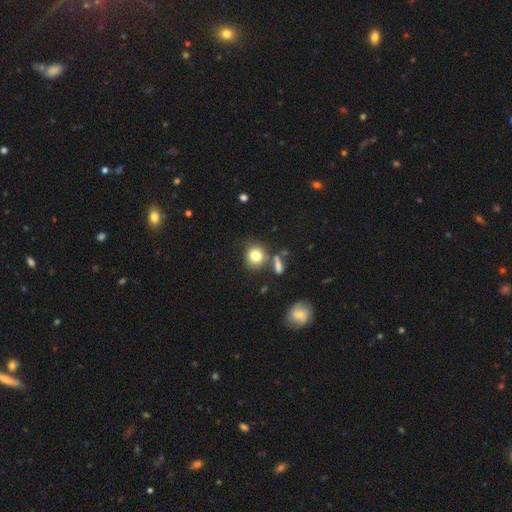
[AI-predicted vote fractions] A smooth galaxy with no disk features (80%) that is round (81%). Merging: none (69%).